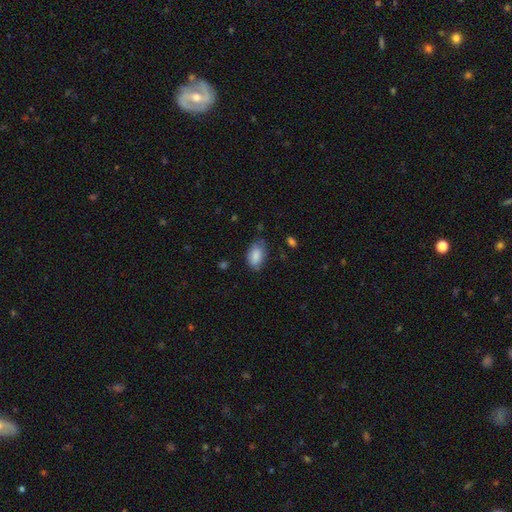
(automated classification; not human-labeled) Smooth or featured?
  - smooth: 86% *
  - star or artifact: 7%
  - featured or disk: 7%
How rounded?
  - in between: 92% *
  - round: 6%
  - cigar-shaped: 2%
Merging?
  - none: 66% *
  - minor disturbance: 27%
  - major disturbance: 6%
  - merger: 2%